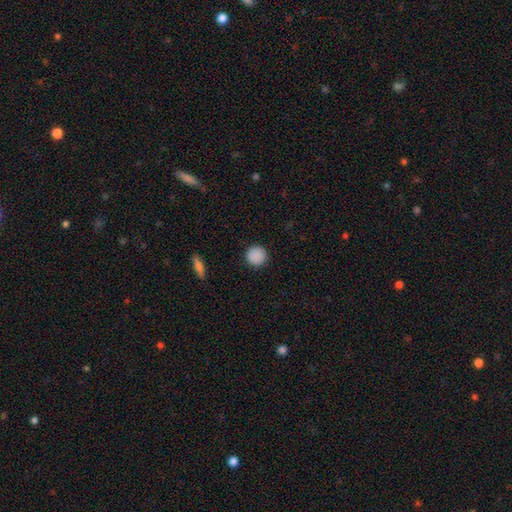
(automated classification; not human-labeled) A smooth galaxy with no disk features (89%) that is round (95%). Merging: none (92%).